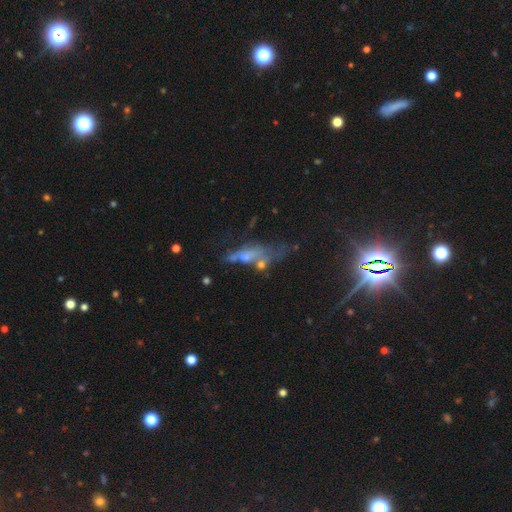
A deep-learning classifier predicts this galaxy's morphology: Overall: featured or disk (42%; smooth 35%). Merging: none (29%, tied with major disturbance).